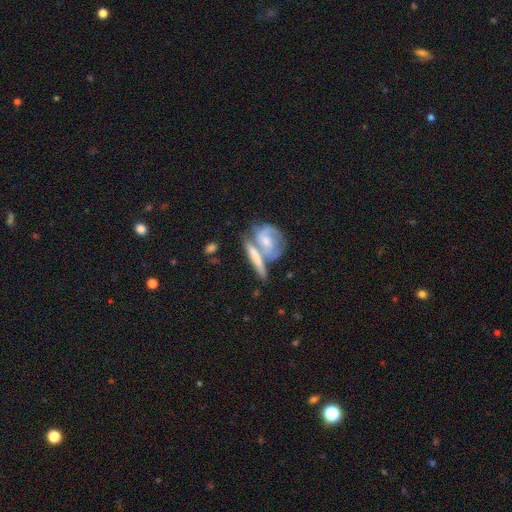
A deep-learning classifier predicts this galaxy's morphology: This is likely a featured or disk galaxy (63%). It is likely not viewed edge-on (67%). Merging: marginally merger (44%).